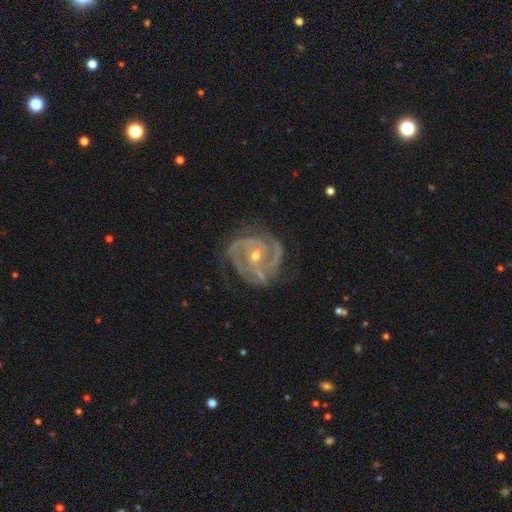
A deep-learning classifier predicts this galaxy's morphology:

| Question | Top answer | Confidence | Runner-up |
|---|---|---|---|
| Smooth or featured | featured or disk | 91% | star or artifact (5%) |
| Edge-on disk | no | 98% | yes (2%) |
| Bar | no | 53% | weak (31%) |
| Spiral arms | yes | 98% | no (2%) |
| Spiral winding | tight | 58% | medium (37%) |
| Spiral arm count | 3 | 38% | 2 (37%) |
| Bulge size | small | 56% | moderate (42%) |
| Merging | none | 69% | minor disturbance (20%) |